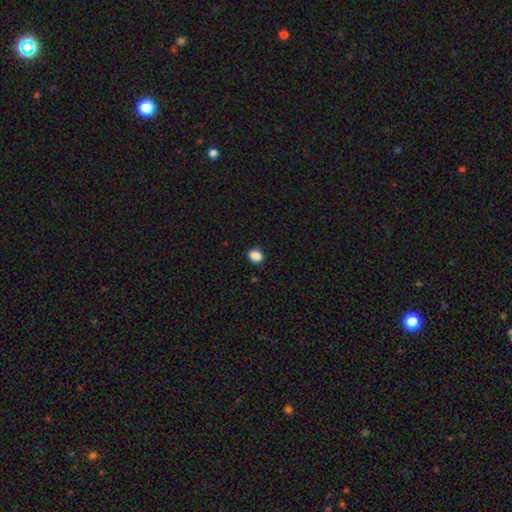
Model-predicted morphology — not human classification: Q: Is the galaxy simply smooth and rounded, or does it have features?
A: smooth — 88%.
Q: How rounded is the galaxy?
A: in between — 50%.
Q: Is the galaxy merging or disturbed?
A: none — 88%.